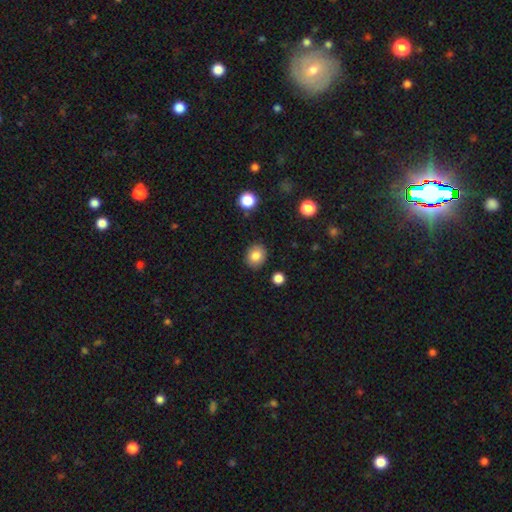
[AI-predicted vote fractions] Overall: smooth (83%). How rounded: round (67%; in between 32%). Merging: none (87%).